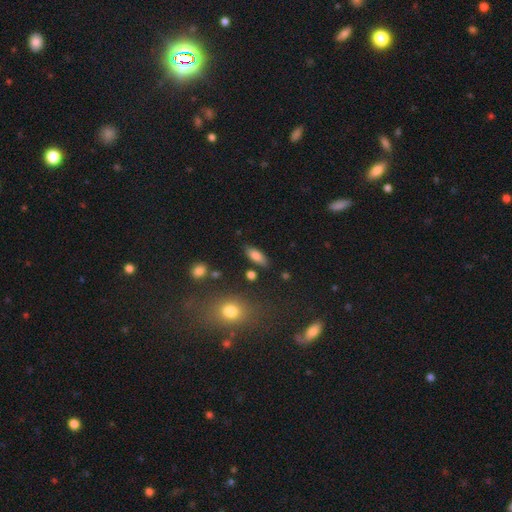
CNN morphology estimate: A smooth galaxy with no disk features (80%) that is in between round and cigar-shaped (77%).

Vote fractions:
- Smooth or featured? smooth: 80% / featured or disk: 12% / star or artifact: 8%
- How rounded? in between: 77% / cigar-shaped: 20% / round: 3%
- Merging? none: 82% / minor disturbance: 11% / merger: 4% / major disturbance: 3%